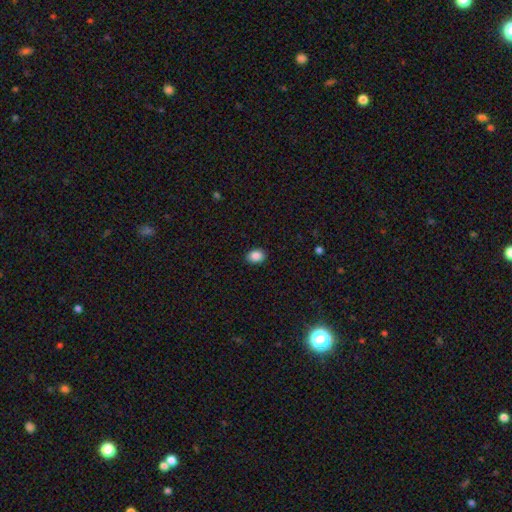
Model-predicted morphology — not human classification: smooth-or-featured: smooth: 88% | star or artifact: 9% | featured or disk: 3%
  how-rounded: in between: 66% | round: 33% | cigar-shaped: 1%
  merging: none: 90% | minor disturbance: 7% | major disturbance: 2% | merger: 1%